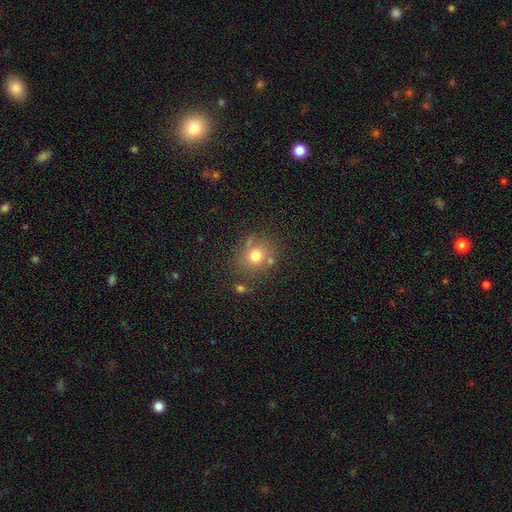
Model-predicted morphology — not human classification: smooth-or-featured: smooth: 74% | star or artifact: 14% | featured or disk: 12%
  how-rounded: round: 79% | in between: 20% | cigar-shaped: 1%
  merging: none: 71% | minor disturbance: 14% | merger: 10% | major disturbance: 5%